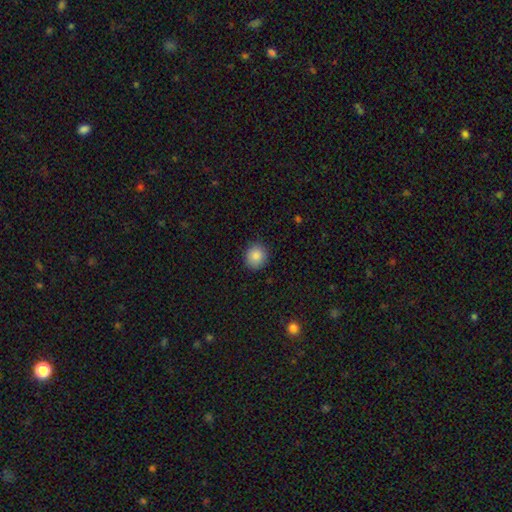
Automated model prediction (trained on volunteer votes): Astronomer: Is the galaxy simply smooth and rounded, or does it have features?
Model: smooth — 87%.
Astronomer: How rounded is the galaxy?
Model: round — 86%.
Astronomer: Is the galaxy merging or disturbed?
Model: none — 90%.